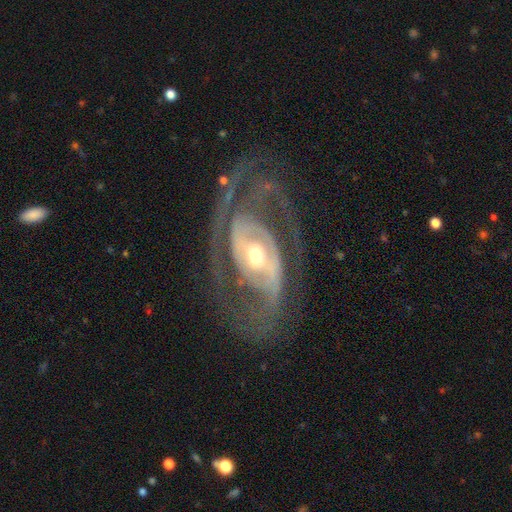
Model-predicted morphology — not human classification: Smooth or featured?
  - featured or disk: 87% *
  - smooth: 9%
  - star or artifact: 4%
Edge-on disk?
  - no: 95% *
  - yes: 5%
Bar?
  - no: 42% *
  - weak: 33%
  - strong: 25%
Spiral arms?
  - yes: 84% *
  - no: 16%
Spiral winding?
  - medium: 41% *
  - tight: 38%
  - loose: 20%
Spiral arm count?
  - 2: 64% *
  - can't tell: 15%
  - 1: 7%
  - 3: 7%
  - 4: 3%
  - more than 4: 3%
Bulge size?
  - moderate: 66% *
  - small: 23%
  - large: 8%
  - dominant: 1%
  - none: 1%
Merging?
  - none: 61% *
  - major disturbance: 21%
  - minor disturbance: 16%
  - merger: 2%